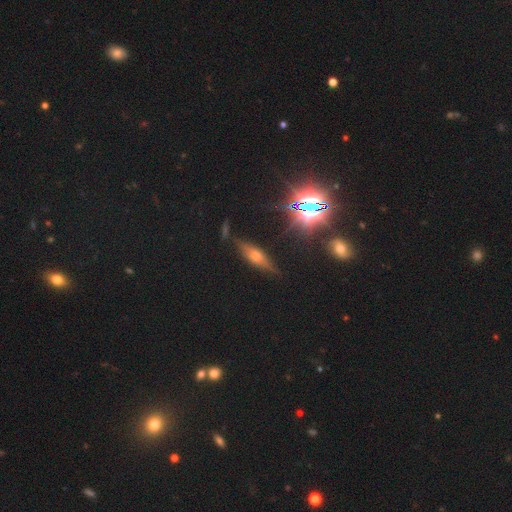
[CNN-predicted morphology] type=featured or disk (47%); merging=none (78%).